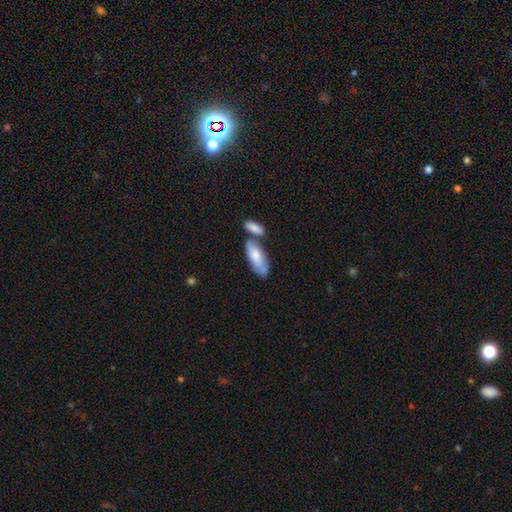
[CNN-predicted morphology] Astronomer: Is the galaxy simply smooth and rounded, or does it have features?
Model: smooth — 73%.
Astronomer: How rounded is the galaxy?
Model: in between — 80%.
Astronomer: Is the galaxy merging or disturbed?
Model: none — 43% (runner-up: merger, 34%).